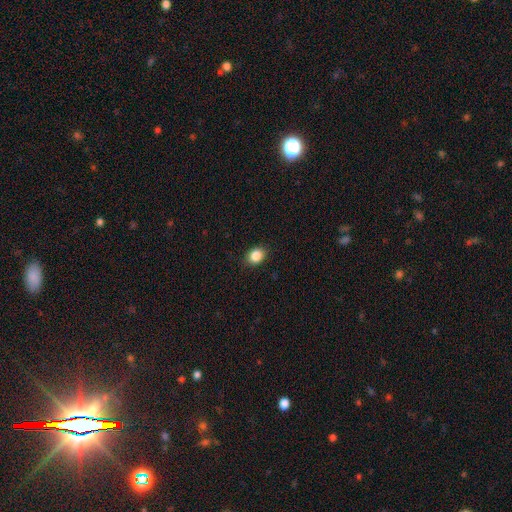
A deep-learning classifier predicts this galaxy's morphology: This is clearly a smooth galaxy (86%). How rounded: likely in between (64%). Merging: clearly none (88%).